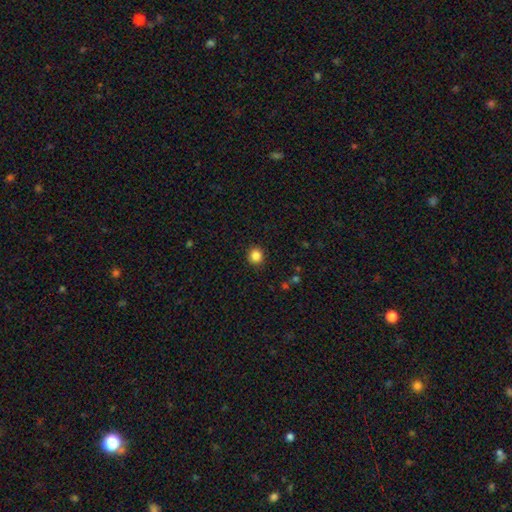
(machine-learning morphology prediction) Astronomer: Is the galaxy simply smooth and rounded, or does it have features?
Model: smooth — 85%.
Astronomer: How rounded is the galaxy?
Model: round — 91%.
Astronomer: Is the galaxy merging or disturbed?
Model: none — 91%.